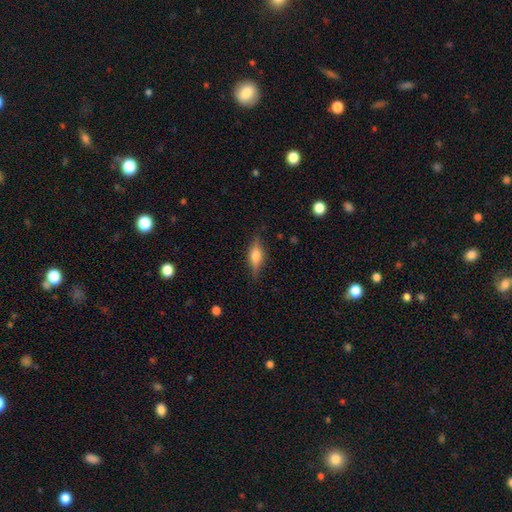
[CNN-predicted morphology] smooth_or_featured: featured or disk (p=0.49) [alt: smooth p=0.43]
merging: none (p=0.82) [alt: minor disturbance p=0.14]